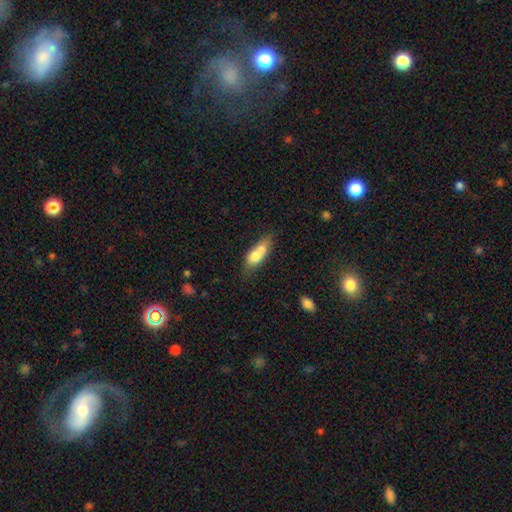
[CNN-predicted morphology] smooth-or-featured: smooth: 68% | featured or disk: 25% | star or artifact: 8%
  how-rounded: in between: 67% | cigar-shaped: 27% | round: 7%
  merging: merger: 45% | none: 33% | minor disturbance: 15% | major disturbance: 6%